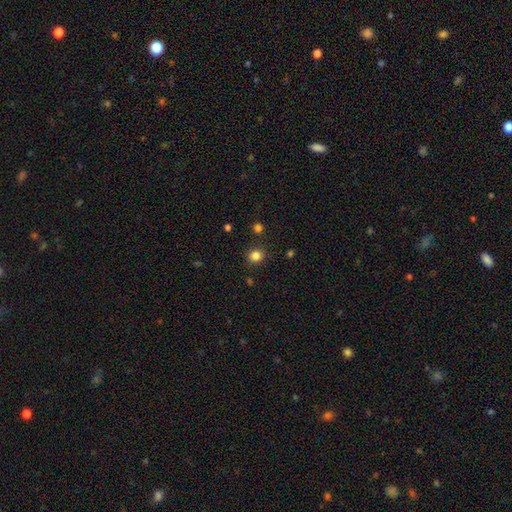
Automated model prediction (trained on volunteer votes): This is clearly a smooth galaxy (83%). How rounded: clearly round (85%). Merging: clearly none (88%).